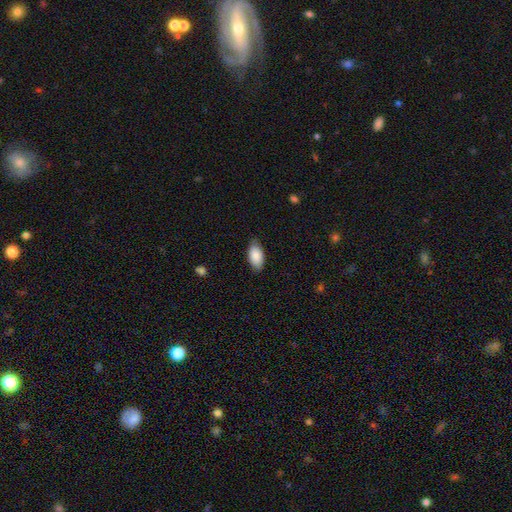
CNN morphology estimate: Smooth or featured? Predicted: smooth (p=0.86). How rounded? Predicted: in between (p=0.94). Merging? Predicted: none (p=0.79).